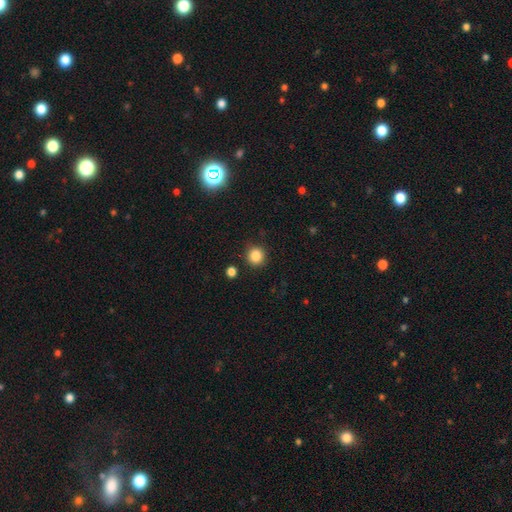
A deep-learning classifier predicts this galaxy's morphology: This appears to be a smooth galaxy with no disk features (85%) that is round (93%). Merging: none (88%).